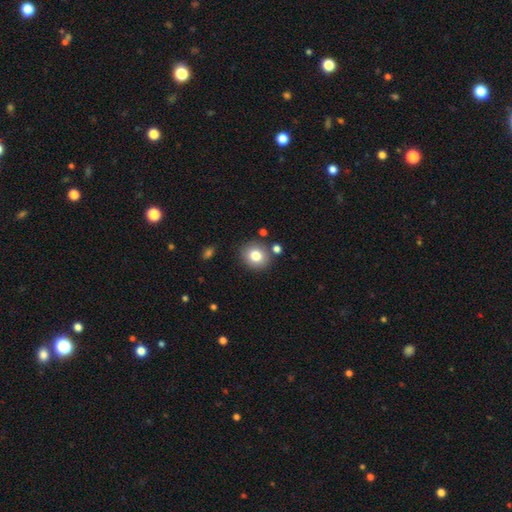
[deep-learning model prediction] Overall: smooth (79%). How rounded: round (82%). Merging: none (82%).